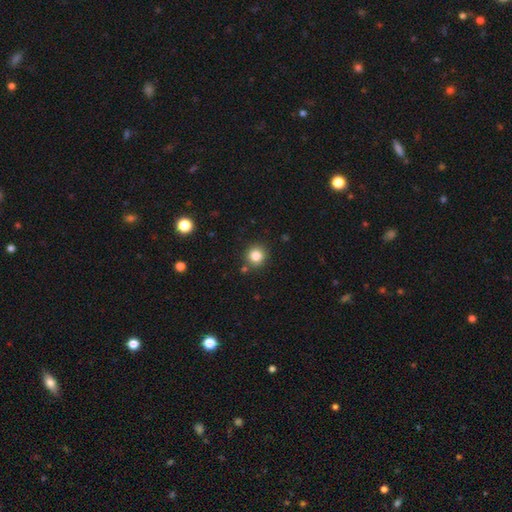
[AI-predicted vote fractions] smooth-or-featured: smooth: 83% | star or artifact: 11% | featured or disk: 5%
  how-rounded: round: 93% | in between: 6% | cigar-shaped: 1%
  merging: none: 87% | minor disturbance: 7% | merger: 4% | major disturbance: 2%